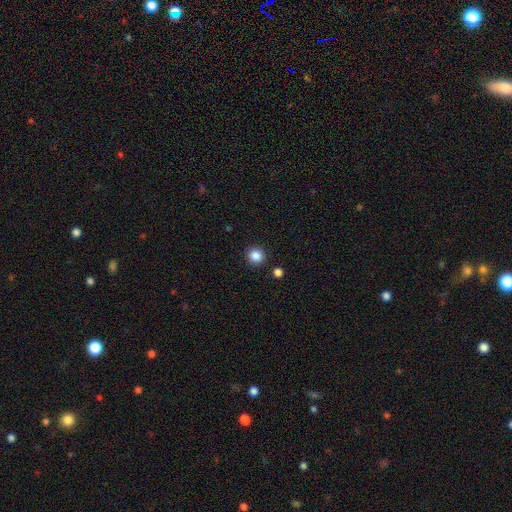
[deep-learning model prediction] Overall: smooth (86%). How rounded: round (93%). Merging: none (90%).